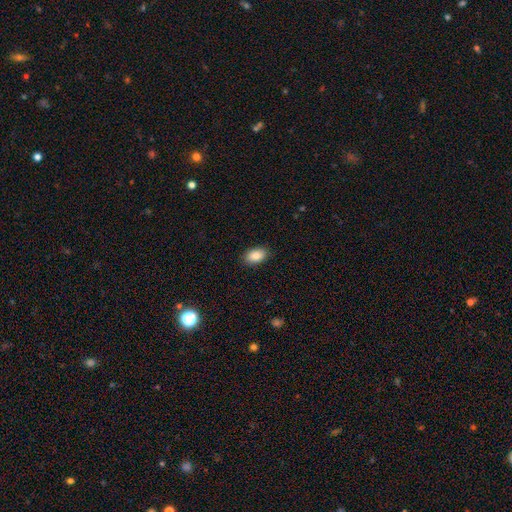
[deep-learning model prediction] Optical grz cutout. It shows a smooth galaxy with no disk features (87%) that is in between round and cigar-shaped (91%). Merging: none (89%).